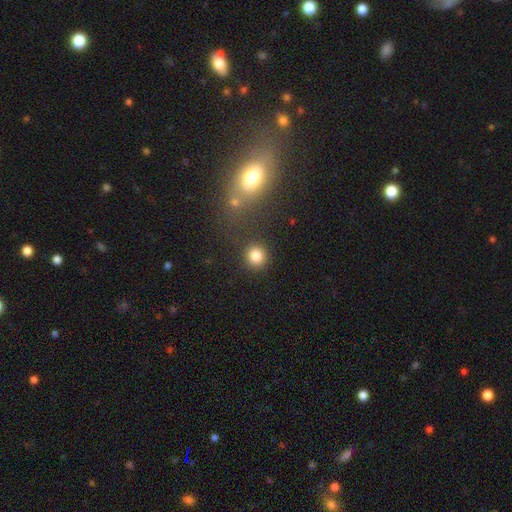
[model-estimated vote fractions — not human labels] Smooth or featured: smooth — 82% (star or artifact — 12%)
How rounded: round — 91% (in between — 8%)
Merging: none — 85% (minor disturbance — 7%)